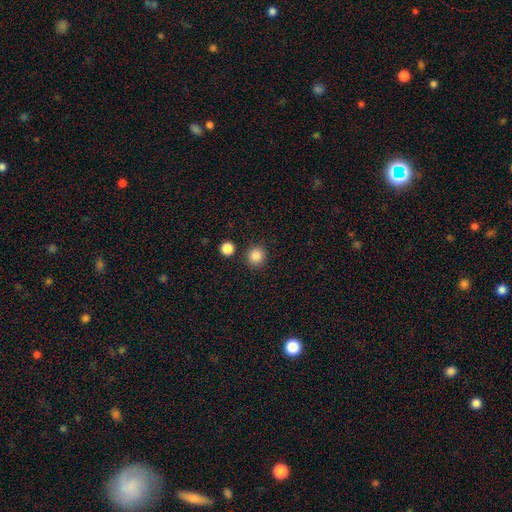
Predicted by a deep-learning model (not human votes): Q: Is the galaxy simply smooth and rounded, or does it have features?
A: smooth — 86%.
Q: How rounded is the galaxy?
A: round — 93%.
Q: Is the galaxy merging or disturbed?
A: none — 88%.